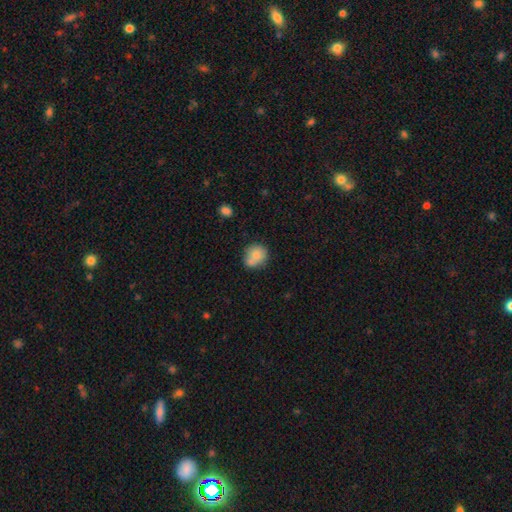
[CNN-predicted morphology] A smooth galaxy with no disk features (76%) that is round (76%). Merging: none (49%).